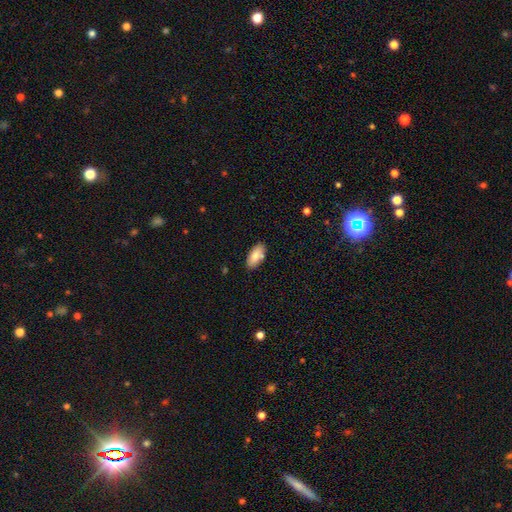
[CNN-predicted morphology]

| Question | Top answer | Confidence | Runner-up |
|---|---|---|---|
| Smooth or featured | smooth | 81% | featured or disk (12%) |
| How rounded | in between | 89% | cigar-shaped (9%) |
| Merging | none | 79% | minor disturbance (13%) |